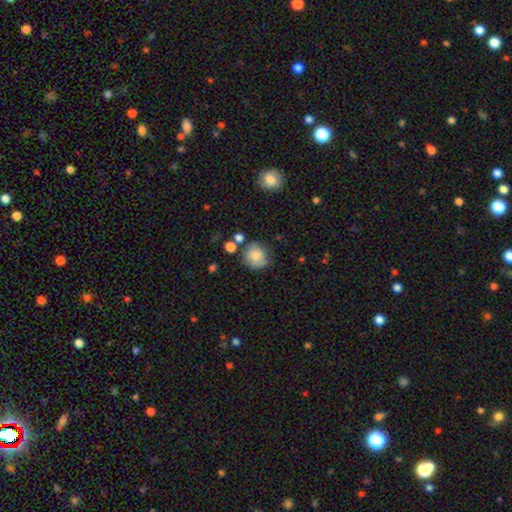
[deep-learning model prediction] A smooth galaxy with no disk features (77%) that is round (82%). Merging: none (60%).